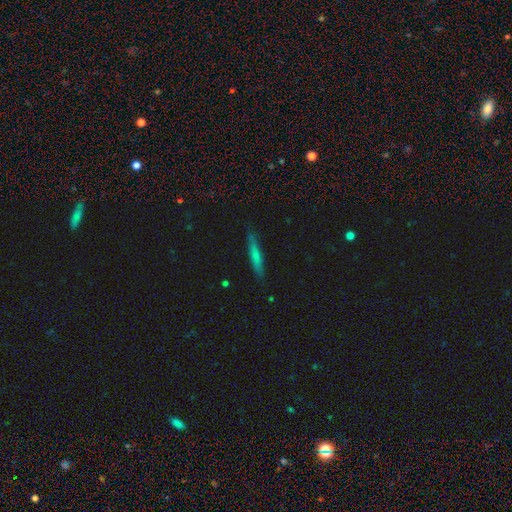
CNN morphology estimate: smooth-or-featured: smooth: 61% | featured or disk: 32% | star or artifact: 7%
  how-rounded: cigar-shaped: 92% | in between: 7% | round: 2%
  merging: none: 86% | minor disturbance: 11% | major disturbance: 2% | merger: 1%